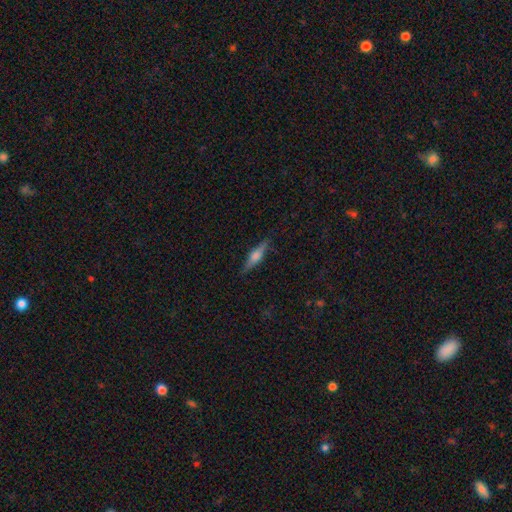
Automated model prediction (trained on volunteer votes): Smooth or featured?
  - featured or disk: 62% *
  - smooth: 31%
  - star or artifact: 7%
Edge-on disk?
  - yes: 97% *
  - no: 3%
Edge-on bulge?
  - rounded: 84% *
  - boxy: 12%
  - none: 4%
Merging?
  - none: 88% *
  - minor disturbance: 9%
  - major disturbance: 2%
  - merger: 1%